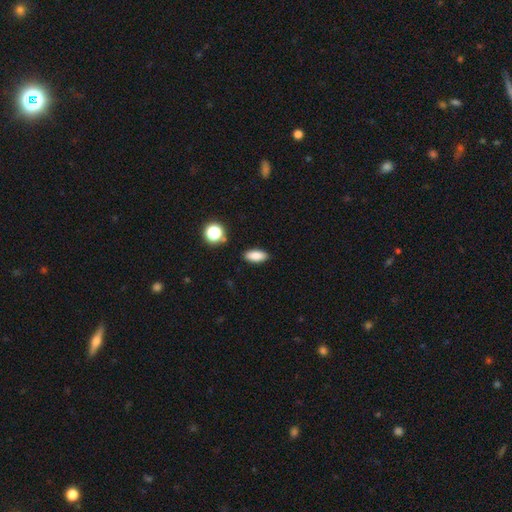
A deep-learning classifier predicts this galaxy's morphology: Q: Smooth or featured?
A: smooth (85%); runner-up: star or artifact (9%)
Q: How rounded?
A: in between (83%); runner-up: cigar-shaped (13%)
Q: Merging?
A: none (88%); runner-up: minor disturbance (8%)